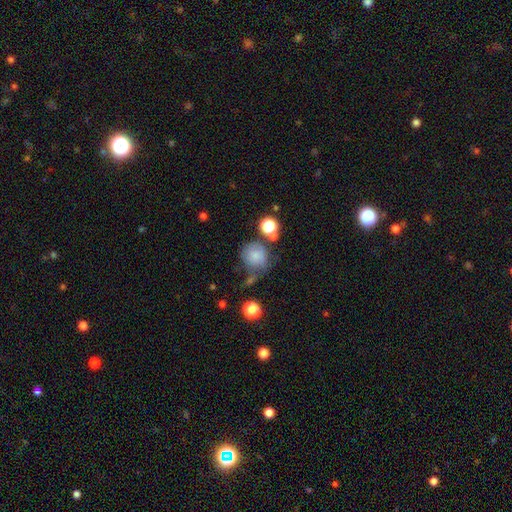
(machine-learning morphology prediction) Q: Smooth or featured?
A: smooth (76%); runner-up: featured or disk (13%)
Q: How rounded?
A: round (84%); runner-up: in between (15%)
Q: Merging?
A: none (48%); runner-up: minor disturbance (22%)